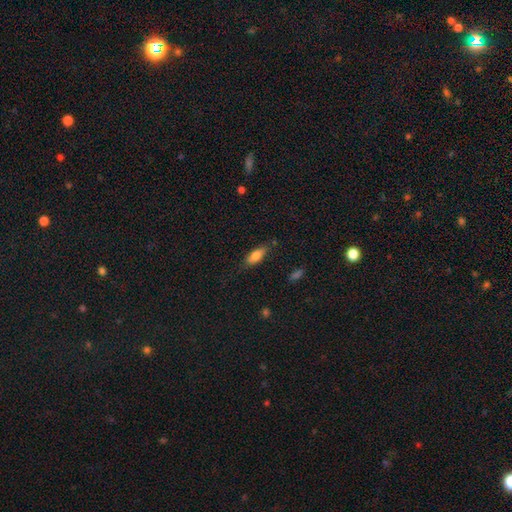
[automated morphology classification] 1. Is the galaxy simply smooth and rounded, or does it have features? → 78% smooth, 14% featured or disk, 7% star or artifact.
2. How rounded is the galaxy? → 75% in between, 22% cigar-shaped, 2% round.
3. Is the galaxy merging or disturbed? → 74% none, 19% minor disturbance, 4% major disturbance, 3% merger.